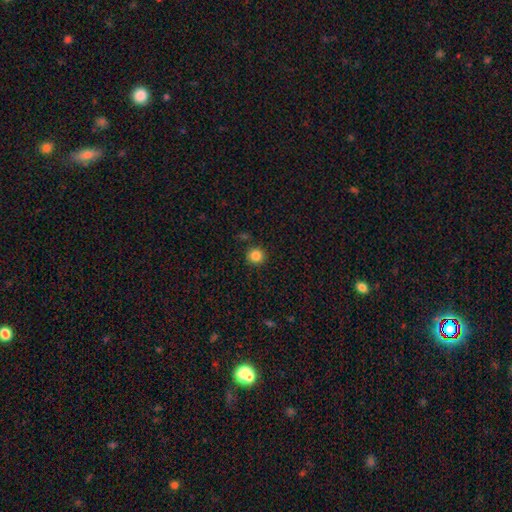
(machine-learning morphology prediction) Smooth or featured? smooth (84%)
How rounded? round (93%)
Merging? none (88%)